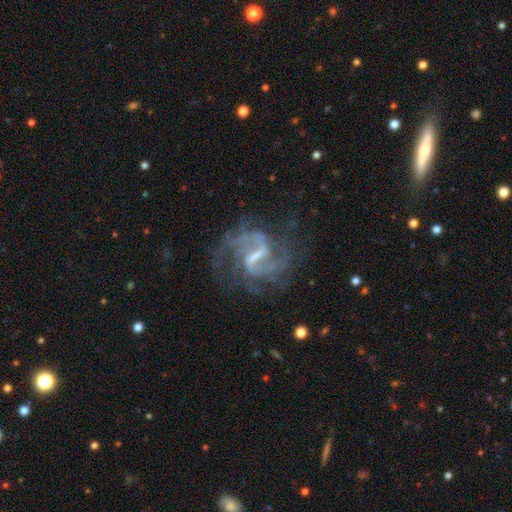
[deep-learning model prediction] Morphology: type=featured or disk (90%); edge-on=no (98%); bar=strong (46%); spiral arms=yes (96%); winding=medium (54%); arm count=2 (71%); bulge=small (50%); merging=none (64%).